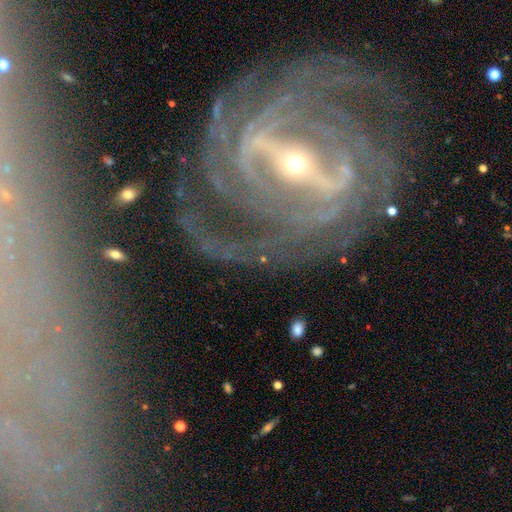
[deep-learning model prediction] Smooth or featured?
  - featured or disk: 90% *
  - star or artifact: 6%
  - smooth: 4%
Edge-on disk?
  - no: 94% *
  - yes: 6%
Bar?
  - strong: 74% *
  - weak: 18%
  - no: 8%
Spiral arms?
  - yes: 96% *
  - no: 4%
Spiral winding?
  - tight: 53% *
  - medium: 35%
  - loose: 12%
Spiral arm count?
  - 2: 33% *
  - can't tell: 19%
  - 3: 17%
  - 4: 14%
  - more than 4: 9%
  - 1: 8%
Bulge size?
  - small: 68% *
  - moderate: 27%
  - large: 2%
  - none: 1%
  - dominant: 1%
Merging?
  - none: 64% *
  - minor disturbance: 16%
  - major disturbance: 13%
  - merger: 7%